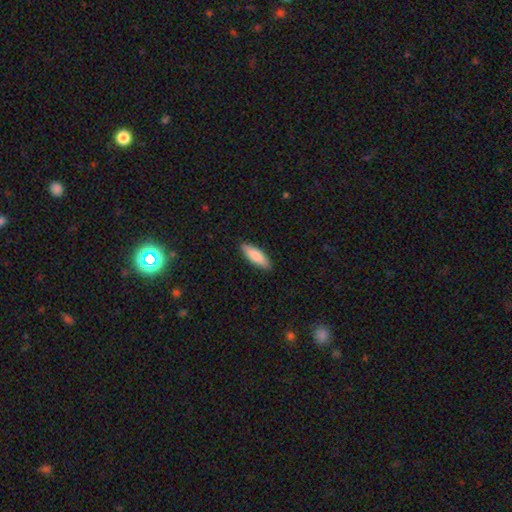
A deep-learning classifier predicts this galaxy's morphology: Smooth or featured? Predicted: smooth (p=0.84). How rounded? Predicted: in between (p=0.55). Merging? Predicted: none (p=0.89).